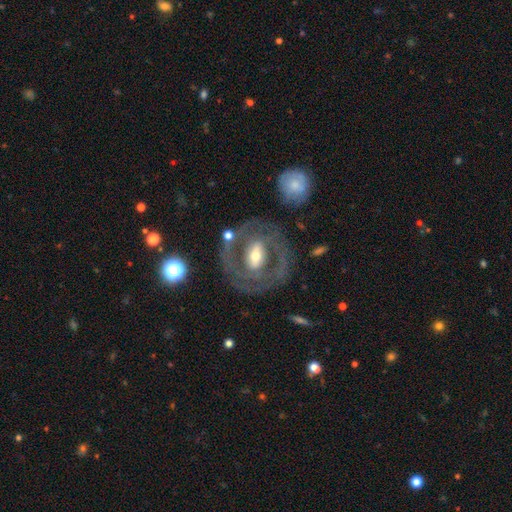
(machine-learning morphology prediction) The model was most divided on "bar": weak: 39%, strong: 38%, no: 23%. More confident: edge-on disk — no (96%); smooth or featured — featured or disk (81%); spiral arms — yes (75%); merging — none (73%); spiral arm count — 2 (66%); bulge size — moderate (58%); spiral winding — tight (55%).